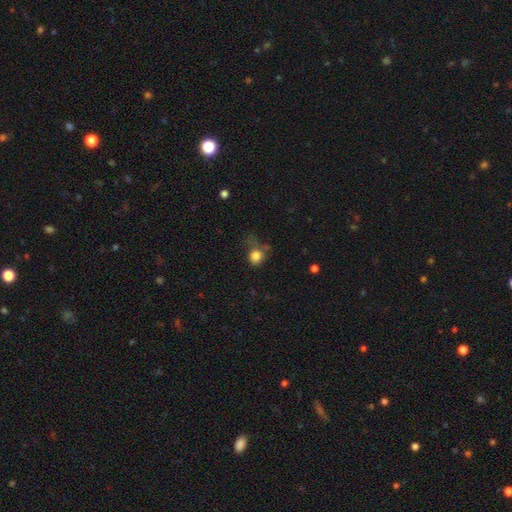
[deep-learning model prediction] Q: Smooth or featured?
A: smooth (81%); runner-up: star or artifact (11%)
Q: How rounded?
A: round (71%); runner-up: in between (28%)
Q: Merging?
A: none (42%); runner-up: minor disturbance (26%)